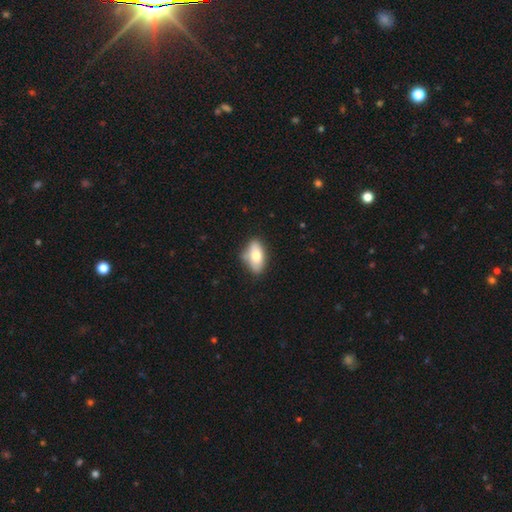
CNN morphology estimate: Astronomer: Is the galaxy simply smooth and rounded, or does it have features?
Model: smooth — 72%.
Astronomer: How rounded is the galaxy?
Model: in between — 90%.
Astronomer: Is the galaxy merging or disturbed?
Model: none — 69%.